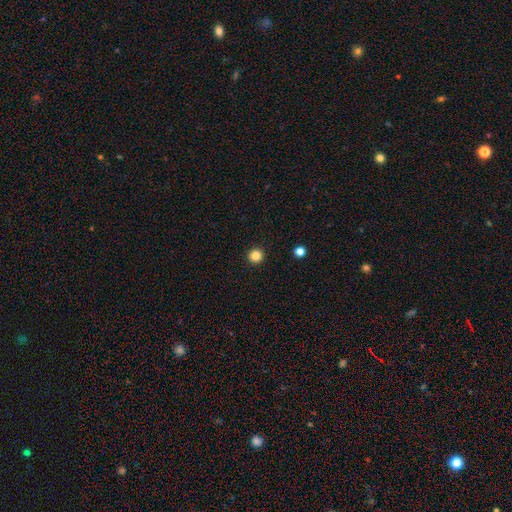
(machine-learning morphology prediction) Smooth or featured?
  - smooth: 84% *
  - star or artifact: 12%
  - featured or disk: 4%
How rounded?
  - round: 96% *
  - in between: 3%
  - cigar-shaped: 1%
Merging?
  - none: 94% *
  - minor disturbance: 4%
  - major disturbance: 1%
  - merger: 1%